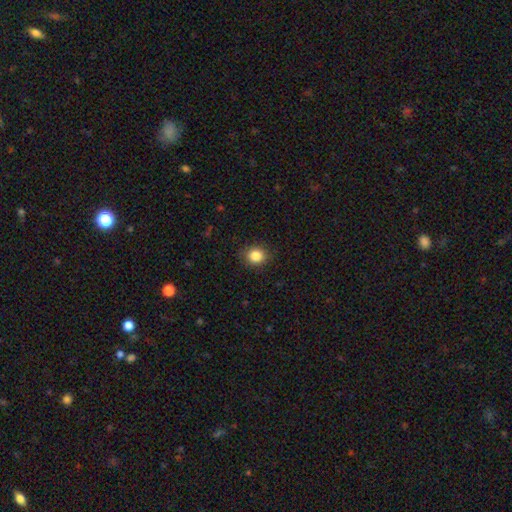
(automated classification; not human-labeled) smooth_or_featured: smooth (p=0.85) [alt: star or artifact p=0.10]
how_rounded: round (p=0.70) [alt: in between p=0.29]
merging: none (p=0.87) [alt: minor disturbance p=0.09]